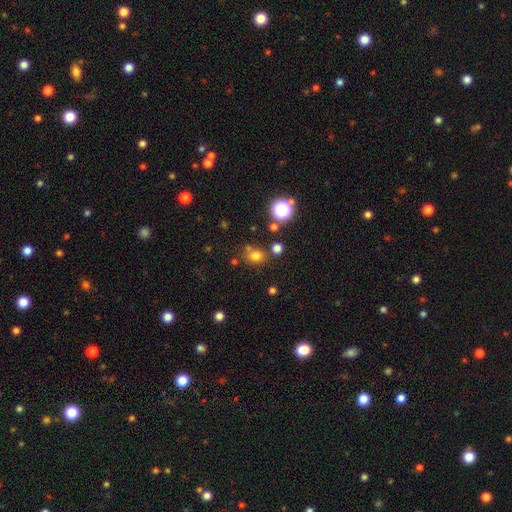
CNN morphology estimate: type=smooth (72%); roundness=round (73%); merging=none (73%).